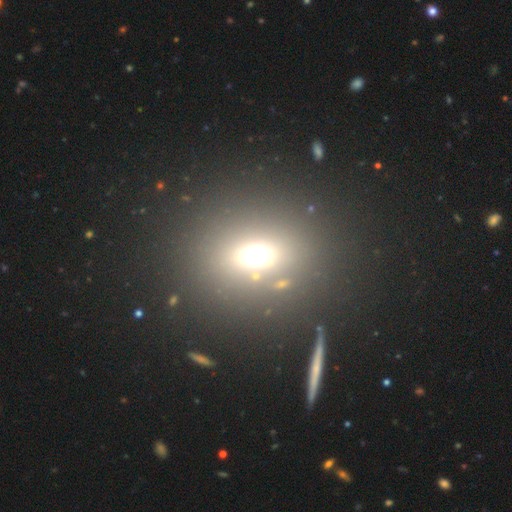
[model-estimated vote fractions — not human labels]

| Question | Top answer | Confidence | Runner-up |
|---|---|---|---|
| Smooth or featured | smooth | 60% | star or artifact (25%) |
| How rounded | round | 51% | in between (47%) |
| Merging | none | 77% | minor disturbance (9%) |